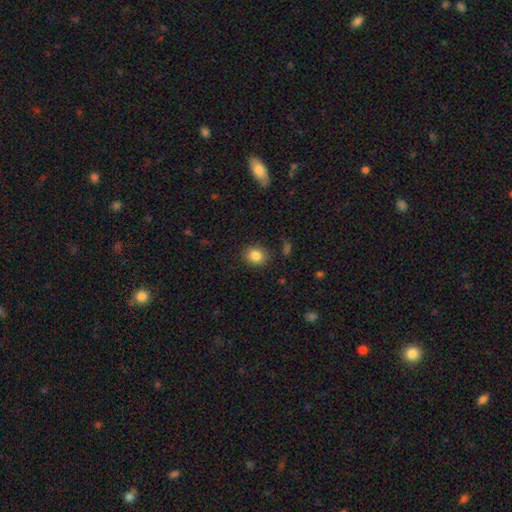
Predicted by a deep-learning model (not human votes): Smooth or featured: smooth — 85% (star or artifact — 10%)
How rounded: round — 68% (in between — 31%)
Merging: none — 87% (minor disturbance — 8%)